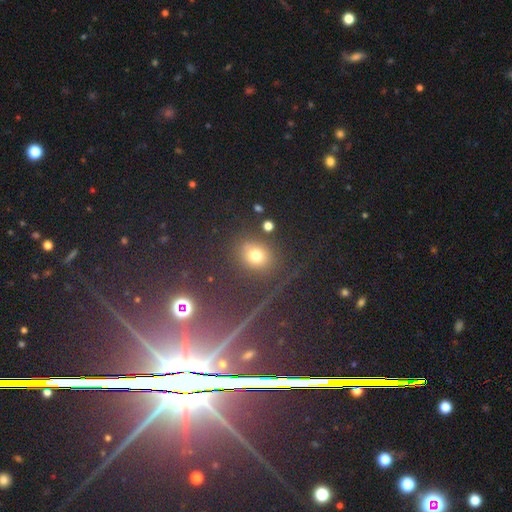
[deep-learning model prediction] Smooth or featured? Predicted: smooth (p=0.69). How rounded? Predicted: round (p=0.73). Merging? Predicted: none (p=0.78).